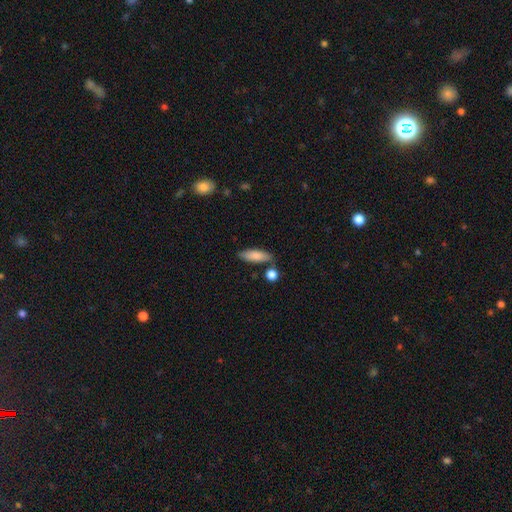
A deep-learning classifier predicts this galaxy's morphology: Overall: smooth (81%). How rounded: in between (63%; cigar-shaped 34%). Merging: none (71%).